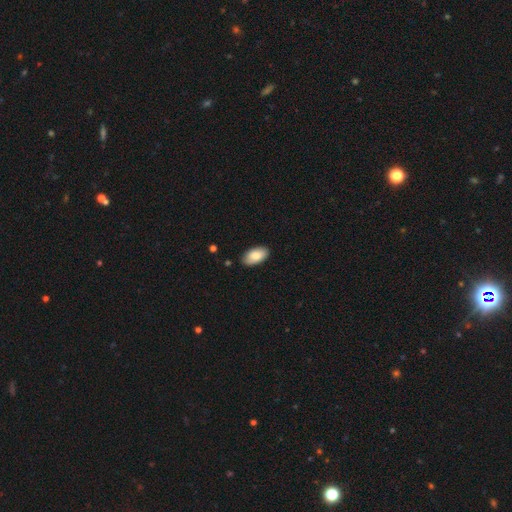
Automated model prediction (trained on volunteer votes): Smooth or featured?
  - smooth: 83% *
  - featured or disk: 11%
  - star or artifact: 6%
How rounded?
  - in between: 95% *
  - round: 3%
  - cigar-shaped: 2%
Merging?
  - none: 86% *
  - minor disturbance: 11%
  - major disturbance: 2%
  - merger: 1%